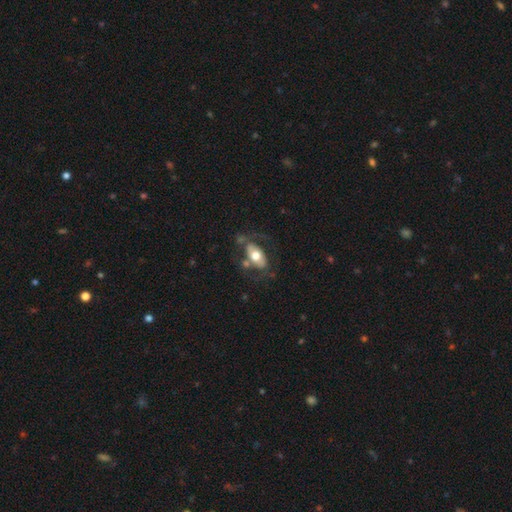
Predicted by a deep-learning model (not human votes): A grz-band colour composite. It shows a smooth galaxy with no disk features (49%). Merging: none (52%).